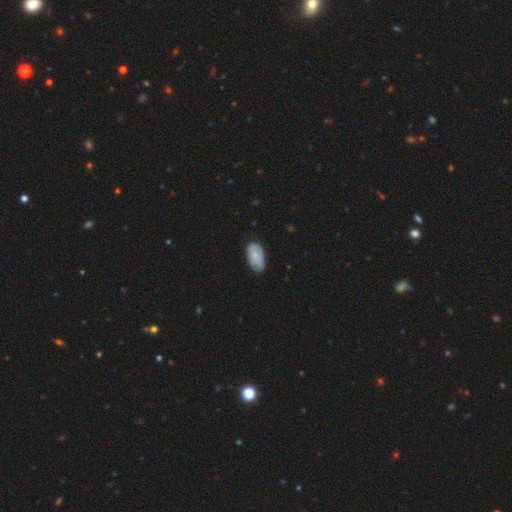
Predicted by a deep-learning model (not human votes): Smooth or featured? smooth (66%)
How rounded? in between (94%)
Merging? none (56%)